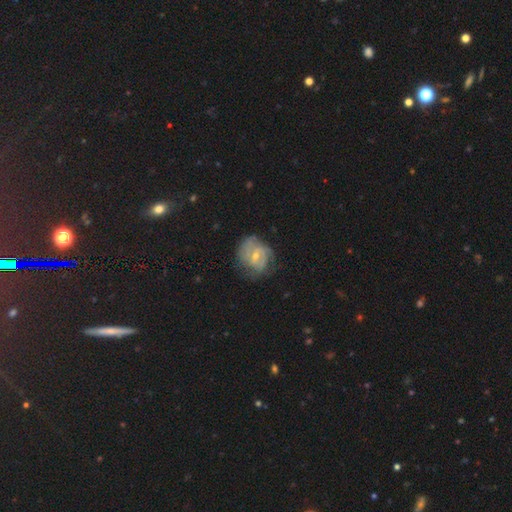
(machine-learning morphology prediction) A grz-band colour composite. It shows a featured or disk galaxy (73%) with a weak bar (52%), tight (50%) spiral arms (85%) and a small central bulge (50%). Merging: none (59%).